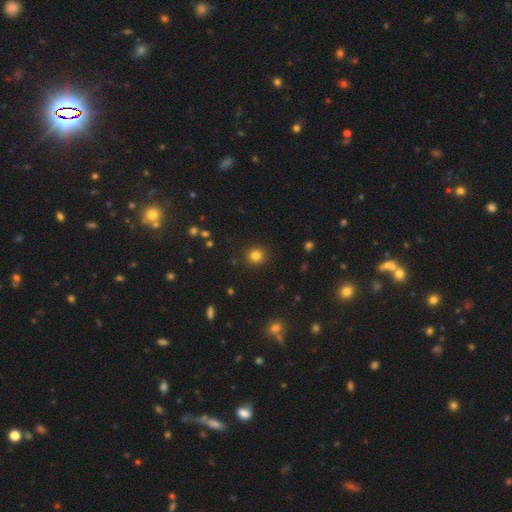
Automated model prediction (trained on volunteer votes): Q: Smooth or featured?
A: smooth (82%); runner-up: star or artifact (13%)
Q: How rounded?
A: round (92%); runner-up: in between (7%)
Q: Merging?
A: none (91%); runner-up: minor disturbance (5%)